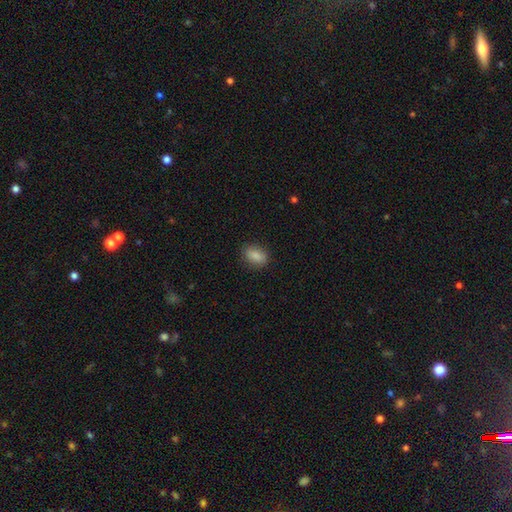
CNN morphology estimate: Smooth or featured: smooth — 86% (star or artifact — 8%)
How rounded: in between — 84% (round — 13%)
Merging: none — 86% (minor disturbance — 11%)